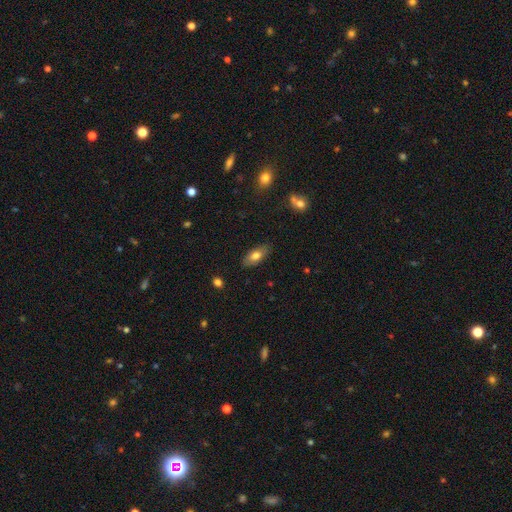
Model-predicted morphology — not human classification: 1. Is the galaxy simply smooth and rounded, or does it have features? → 73% smooth, 19% featured or disk, 7% star or artifact.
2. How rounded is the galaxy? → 83% in between, 14% cigar-shaped, 4% round.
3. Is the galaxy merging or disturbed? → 84% none, 12% minor disturbance, 2% major disturbance, 1% merger.